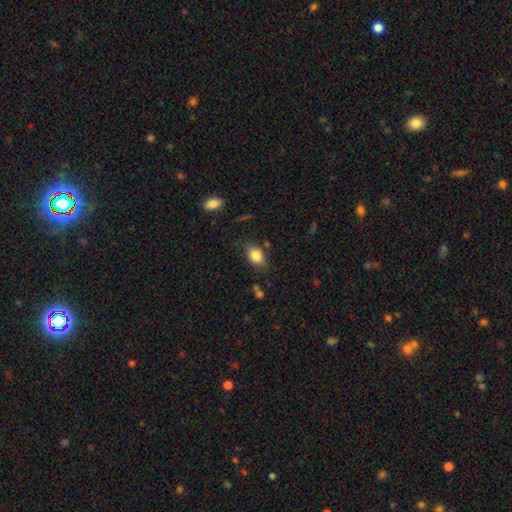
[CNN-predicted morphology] Overall: smooth (83%). How rounded: in between (82%). Merging: none (72%).